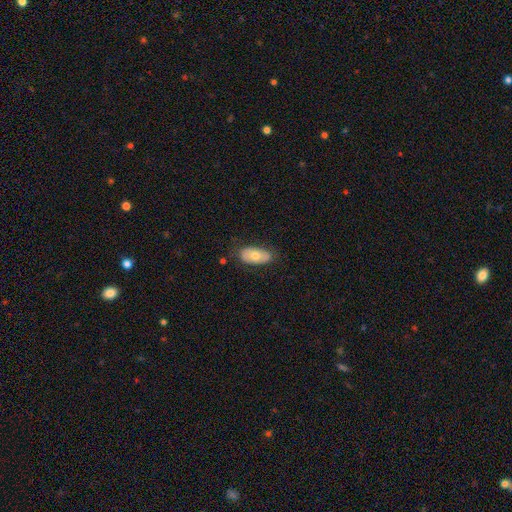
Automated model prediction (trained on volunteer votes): smooth-or-featured: smooth: 67% | featured or disk: 27% | star or artifact: 6%
  how-rounded: in between: 93% | cigar-shaped: 4% | round: 3%
  merging: none: 75% | minor disturbance: 19% | major disturbance: 4% | merger: 1%